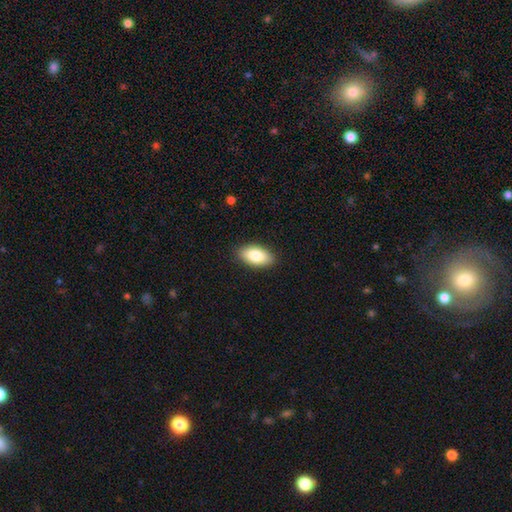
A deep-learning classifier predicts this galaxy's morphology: The model was most divided on "smooth or featured": smooth: 83%, featured or disk: 11%, star or artifact: 7%. More confident: how rounded — in between (93%); merging — none (89%).